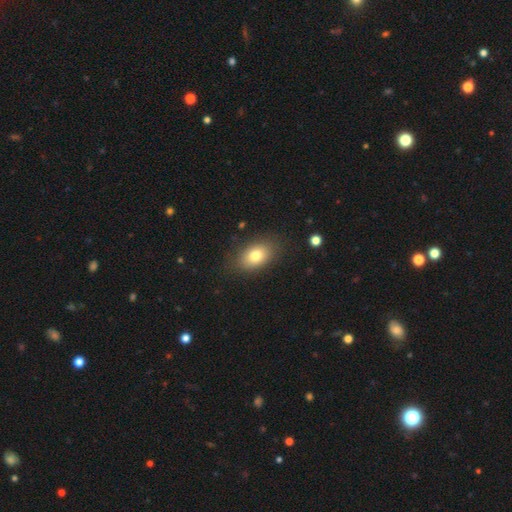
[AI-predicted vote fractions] The model was most divided on "smooth or featured": smooth: 78%, featured or disk: 13%, star or artifact: 9%. More confident: how rounded — in between (86%); merging — none (83%).